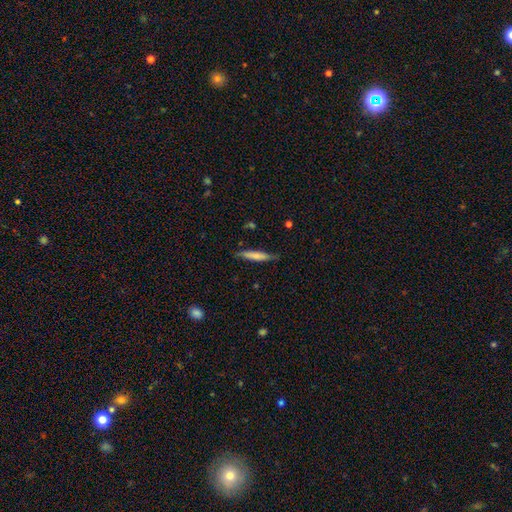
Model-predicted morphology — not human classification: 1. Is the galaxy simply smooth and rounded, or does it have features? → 69% smooth, 26% featured or disk, 6% star or artifact.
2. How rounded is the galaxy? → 90% cigar-shaped, 9% in between, 1% round.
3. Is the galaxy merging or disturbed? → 81% none, 15% minor disturbance, 3% major disturbance, 2% merger.